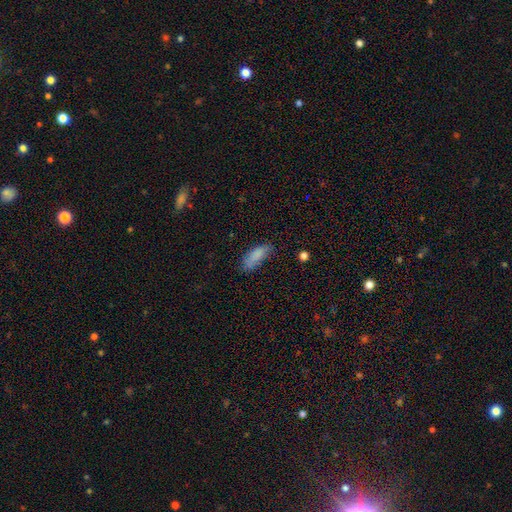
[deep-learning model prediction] Morphology: type=smooth (82%); roundness=in between (72%); merging=none (57%).